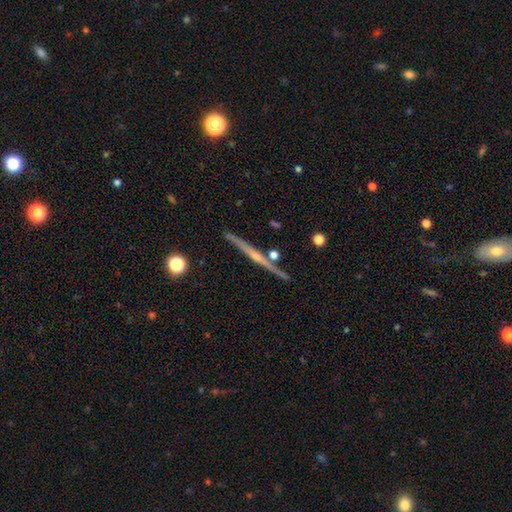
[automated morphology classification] type=featured or disk (76%); edge-on=yes (98%); edge-on bulge=rounded (64%); merging=none (86%).